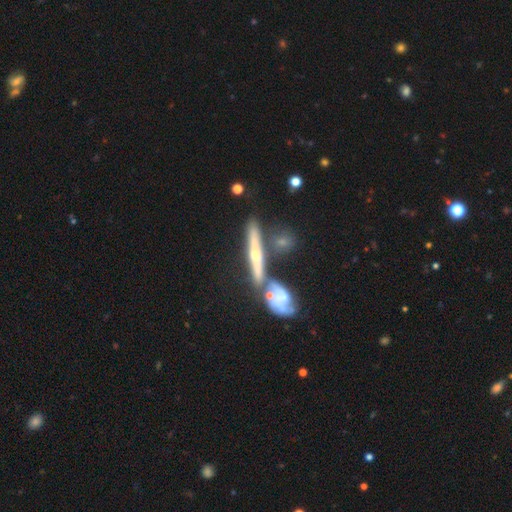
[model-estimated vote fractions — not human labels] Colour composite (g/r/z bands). It shows a featured or disk galaxy (70%) viewed edge-on (90%) with a rounded central bulge (85%). Merging: none (62%).